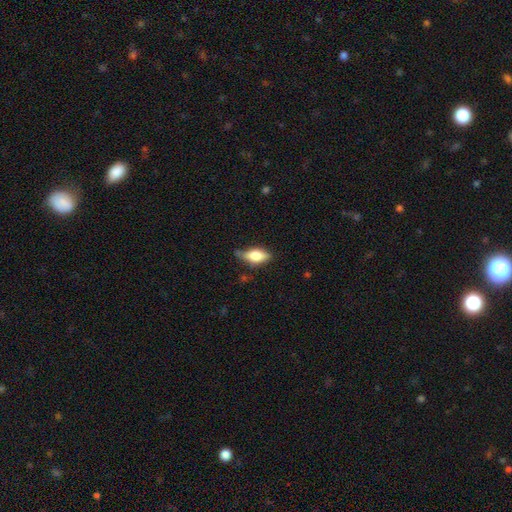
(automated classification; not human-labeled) Smooth or featured? Predicted: smooth (p=0.66). How rounded? Predicted: in between (p=0.82). Merging? Predicted: none (p=0.65).